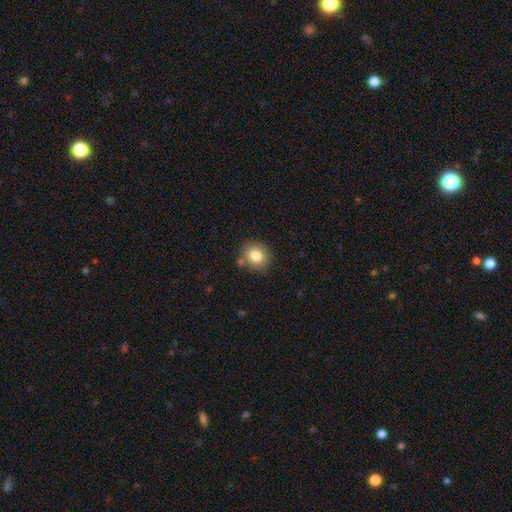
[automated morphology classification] A smooth galaxy with no disk features (81%) that is round (79%). Merging: none (79%).